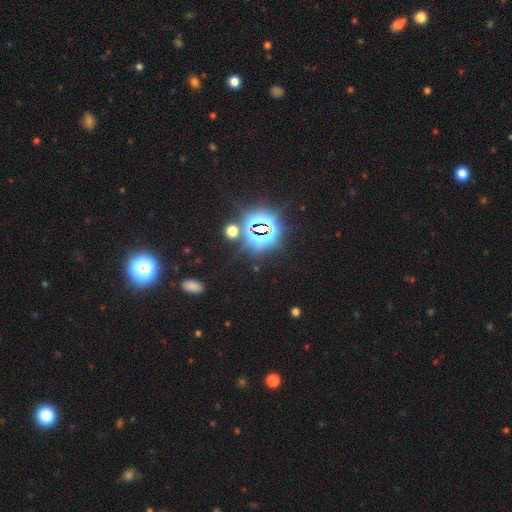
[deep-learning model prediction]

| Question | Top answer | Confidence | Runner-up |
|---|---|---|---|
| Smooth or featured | star or artifact | 82% | smooth (12%) |